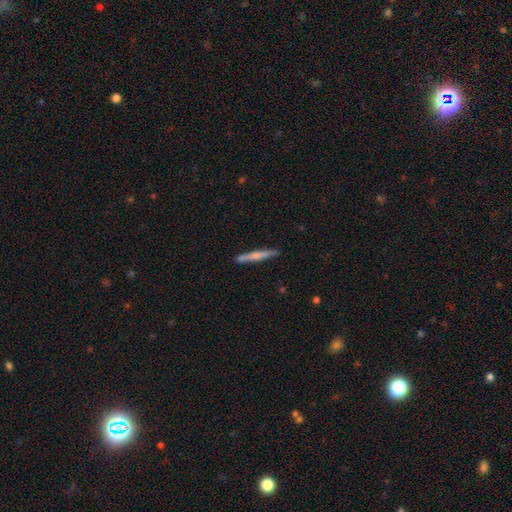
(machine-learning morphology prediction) The model was most divided on "smooth or featured": smooth: 53%, featured or disk: 42%, star or artifact: 5%. More confident: how rounded — cigar-shaped (96%); merging — none (88%).